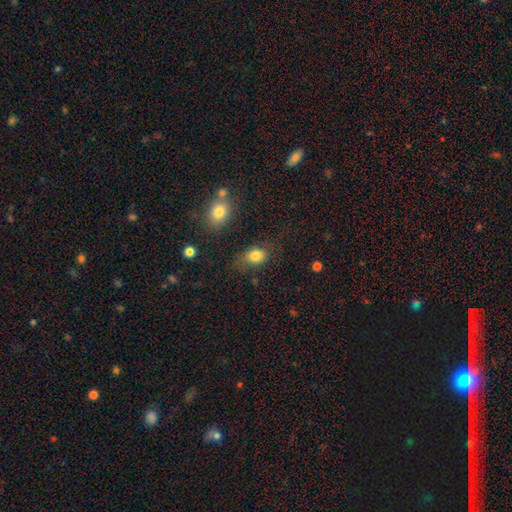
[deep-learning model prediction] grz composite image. It shows a smooth galaxy with no disk features (82%) that is in between round and cigar-shaped (66%). Merging: none (59%).